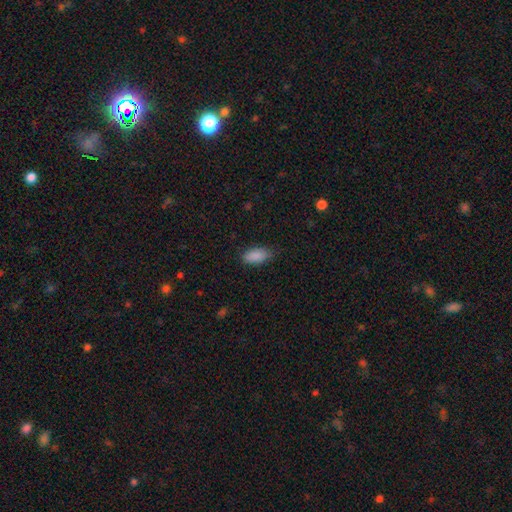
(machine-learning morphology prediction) A smooth galaxy with no disk features (89%) that is in between round and cigar-shaped (91%). Merging: none (78%).